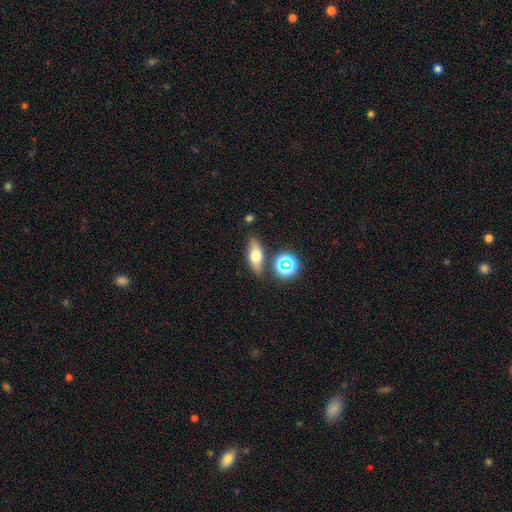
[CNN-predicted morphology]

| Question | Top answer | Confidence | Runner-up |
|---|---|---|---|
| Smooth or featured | smooth | 59% | featured or disk (29%) |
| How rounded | in between | 67% | cigar-shaped (23%) |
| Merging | none | 78% | minor disturbance (12%) |